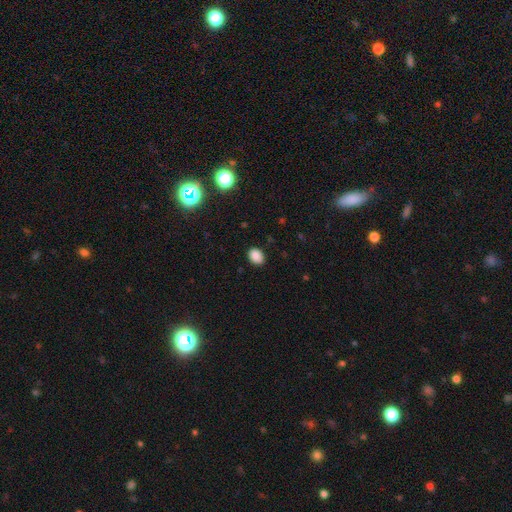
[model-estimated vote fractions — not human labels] The model was most divided on "how rounded": in between: 68%, round: 31%, cigar-shaped: 1%. More confident: merging — none (88%); smooth or featured — smooth (86%).